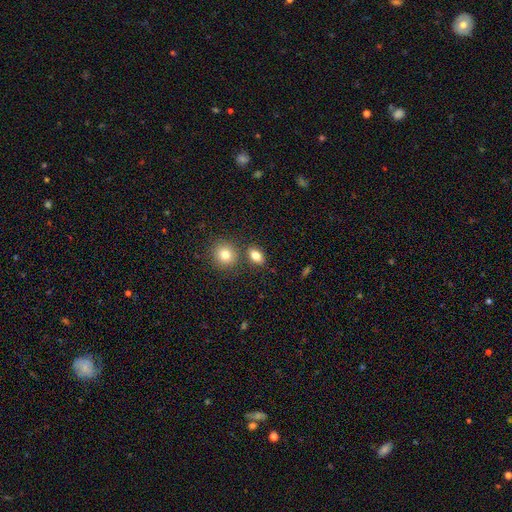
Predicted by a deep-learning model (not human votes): This appears to be a smooth galaxy with no disk features (82%) that is in between round and cigar-shaped (75%). Merging: none (73%).